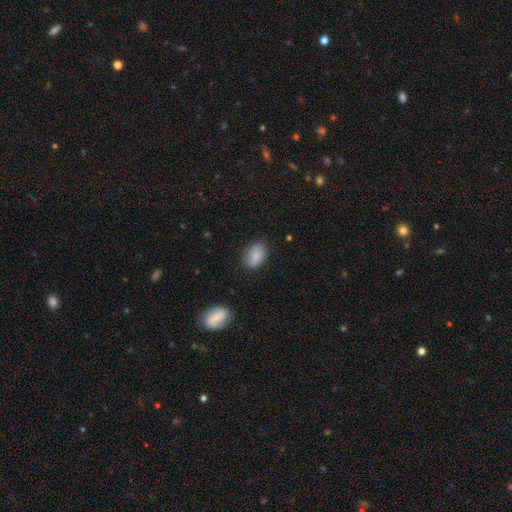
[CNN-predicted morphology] Q: Smooth or featured?
A: smooth (82%); runner-up: featured or disk (10%)
Q: How rounded?
A: in between (82%); runner-up: round (17%)
Q: Merging?
A: none (75%); runner-up: minor disturbance (19%)